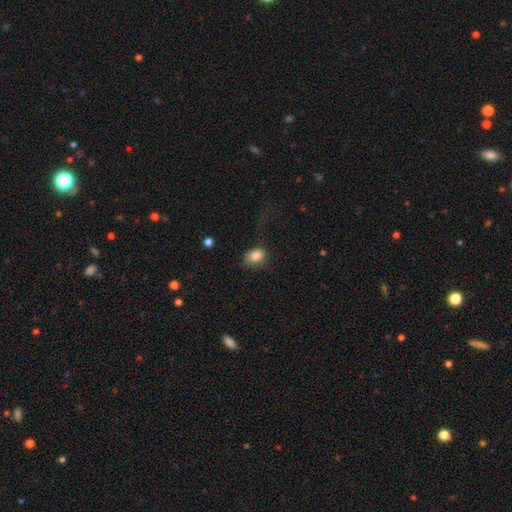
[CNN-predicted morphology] smooth 83%, star or artifact 9%, featured or disk 8%. Down the decision tree: how rounded — in between (72%); merging — none (52%).